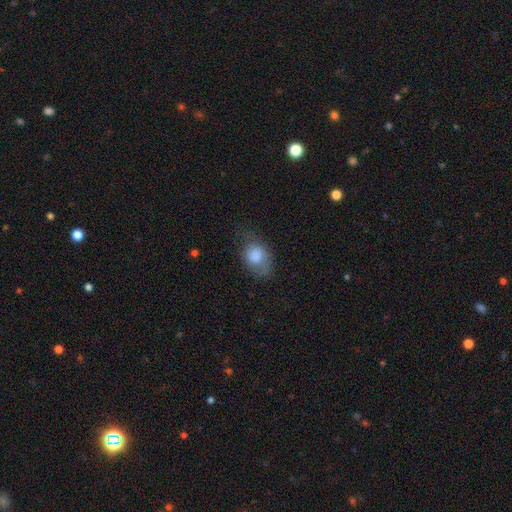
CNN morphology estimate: smooth-or-featured: smooth: 80% | featured or disk: 12% | star or artifact: 8%
  how-rounded: in between: 68% | round: 31% | cigar-shaped: 1%
  merging: none: 50% | minor disturbance: 31% | major disturbance: 18% | merger: 2%